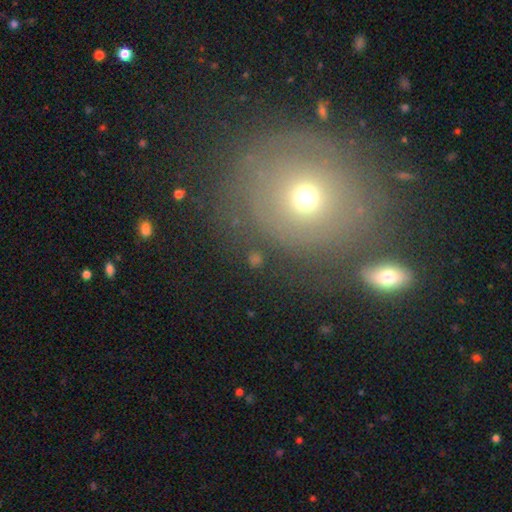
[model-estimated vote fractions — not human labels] smooth 52%, star or artifact 25%, featured or disk 24%. Down the decision tree: how rounded — round (72%); merging — none (70%).